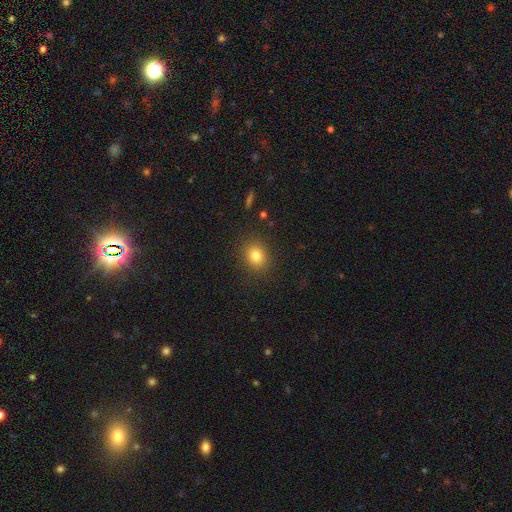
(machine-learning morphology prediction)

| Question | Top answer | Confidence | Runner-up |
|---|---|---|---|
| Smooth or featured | smooth | 81% | star or artifact (12%) |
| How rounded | round | 64% | in between (35%) |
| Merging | none | 87% | minor disturbance (8%) |